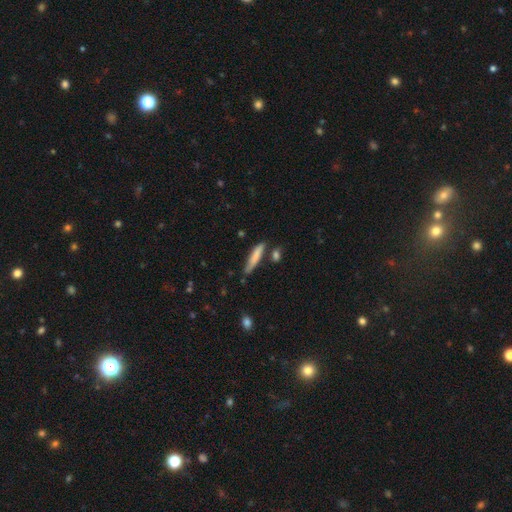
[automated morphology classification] This is likely a smooth galaxy (78%). How rounded: clearly cigar-shaped (87%). Merging: likely none (71%).